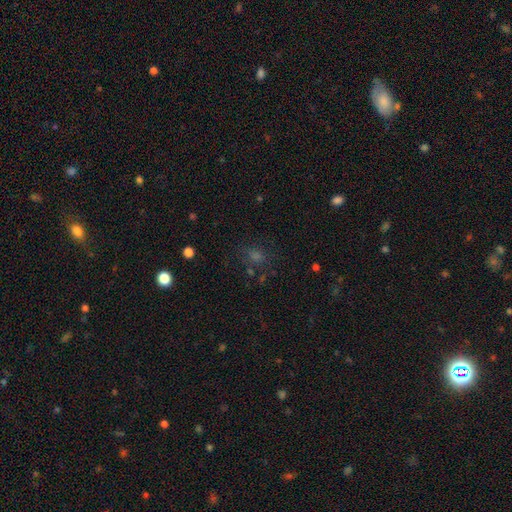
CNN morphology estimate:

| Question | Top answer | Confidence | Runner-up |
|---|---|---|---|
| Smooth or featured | smooth | 45% | star or artifact (41%) |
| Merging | none | 72% | minor disturbance (15%) |